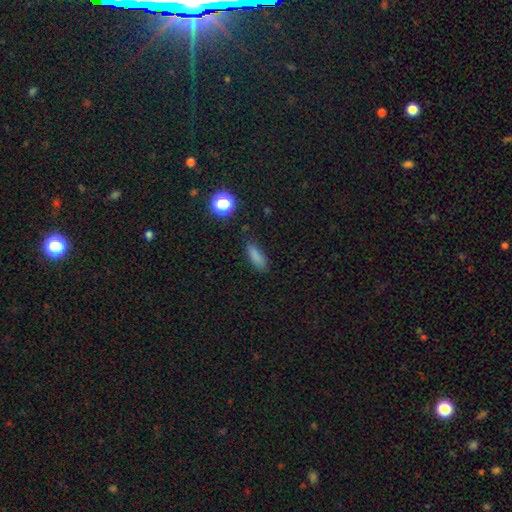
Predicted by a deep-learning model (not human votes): The model was most divided on "how rounded": in between: 55%, cigar-shaped: 42%, round: 4%. More confident: smooth or featured — smooth (82%); merging — none (78%).